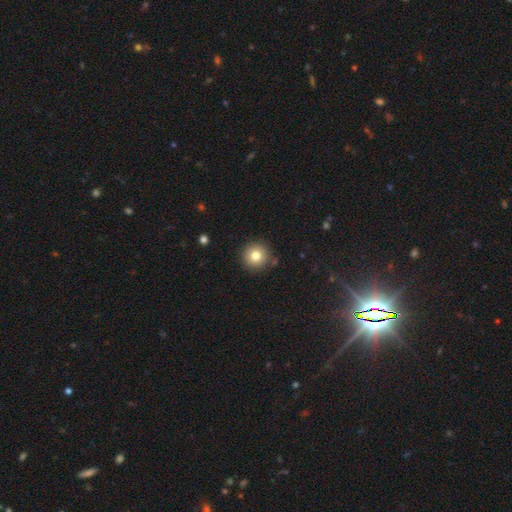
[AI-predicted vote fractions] Overall: smooth (79%). How rounded: round (95%). Merging: none (87%).